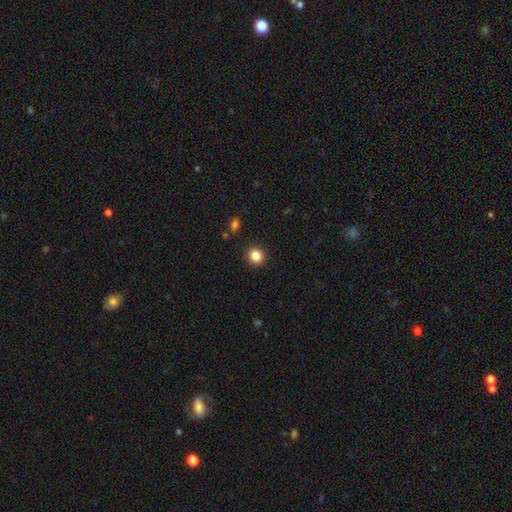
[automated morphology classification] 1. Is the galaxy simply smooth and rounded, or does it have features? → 85% smooth, 10% star or artifact, 4% featured or disk.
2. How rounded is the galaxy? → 84% round, 15% in between, 1% cigar-shaped.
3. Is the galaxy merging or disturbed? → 90% none, 7% minor disturbance, 2% major disturbance, 1% merger.